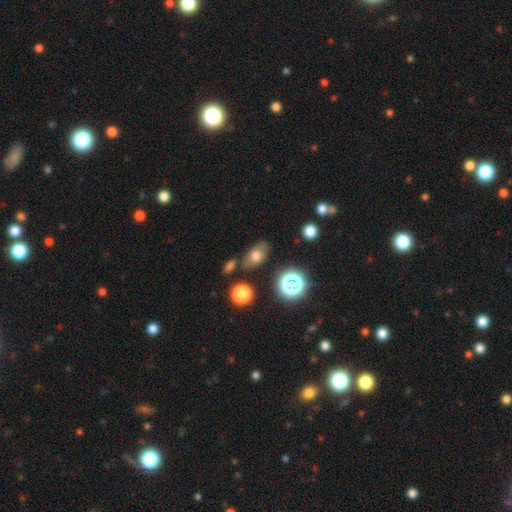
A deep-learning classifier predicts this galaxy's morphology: Smooth or featured: smooth — 65% (featured or disk — 21%)
How rounded: in between — 80% (round — 17%)
Merging: none — 74% (minor disturbance — 15%)